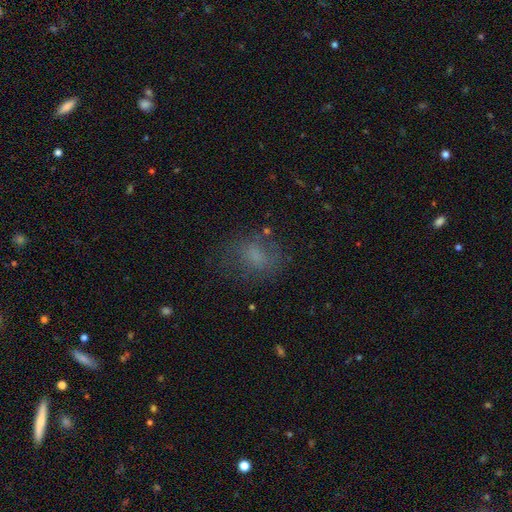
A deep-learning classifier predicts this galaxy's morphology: The model was most divided on "how rounded": in between: 55%, round: 43%, cigar-shaped: 2%. More confident: smooth or featured — smooth (64%); merging — none (63%).